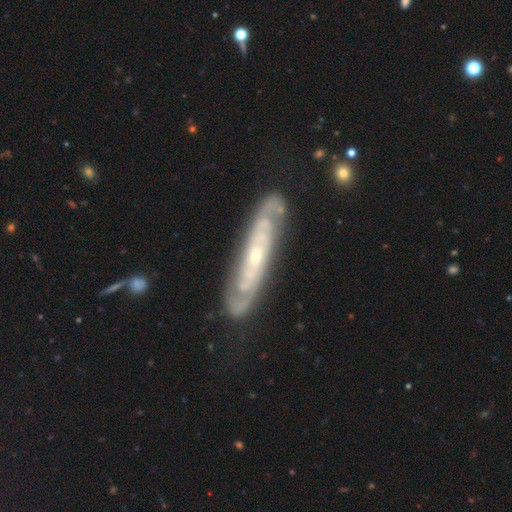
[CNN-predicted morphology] A featured or disk galaxy (84%) with no bar (65%), 2 (50%) tight (64%) spiral arms (91%) and a small central bulge (69%). Merging: none (80%).